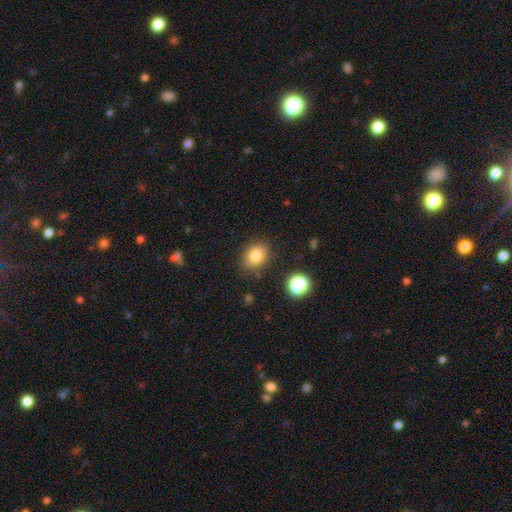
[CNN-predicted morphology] smooth 81%, star or artifact 11%, featured or disk 8%. Down the decision tree: how rounded — in between (54%); merging — none (84%).